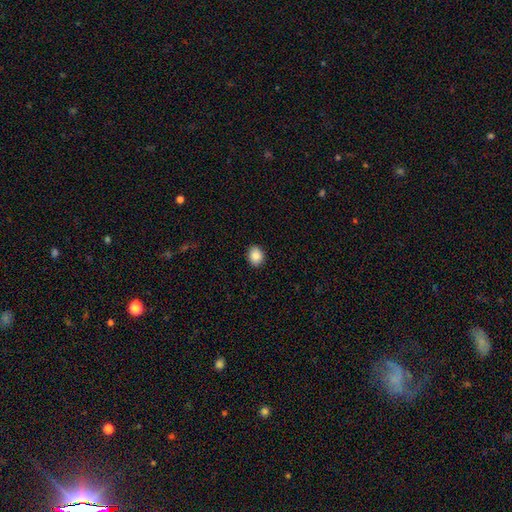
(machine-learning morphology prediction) smooth-or-featured: smooth: 88% | star or artifact: 8% | featured or disk: 4%
  how-rounded: round: 52% | in between: 47% | cigar-shaped: 1%
  merging: none: 90% | minor disturbance: 7% | major disturbance: 2% | merger: 1%